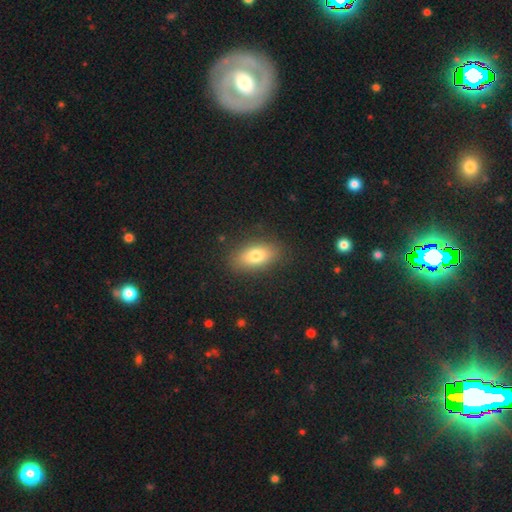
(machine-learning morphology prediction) A smooth galaxy with no disk features (78%) that is in between round and cigar-shaped (87%).

Vote fractions:
- Smooth or featured? smooth: 78% / featured or disk: 14% / star or artifact: 9%
- How rounded? in between: 87% / cigar-shaped: 7% / round: 7%
- Merging? none: 86% / minor disturbance: 10% / major disturbance: 3% / merger: 1%